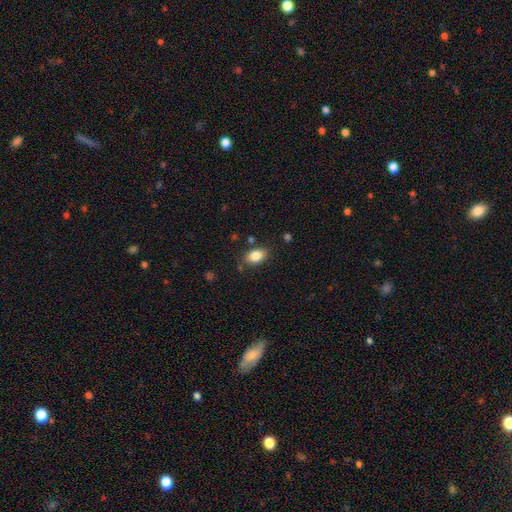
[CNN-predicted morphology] Overall: smooth (84%). How rounded: in between (85%). Merging: none (81%).